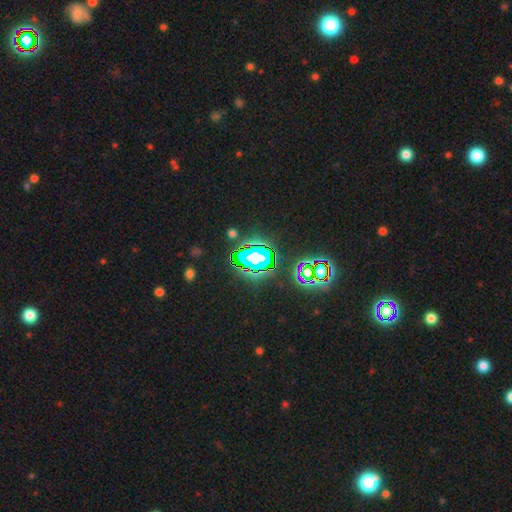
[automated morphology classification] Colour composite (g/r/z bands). It shows a star or artifact, not a galaxy (78%).